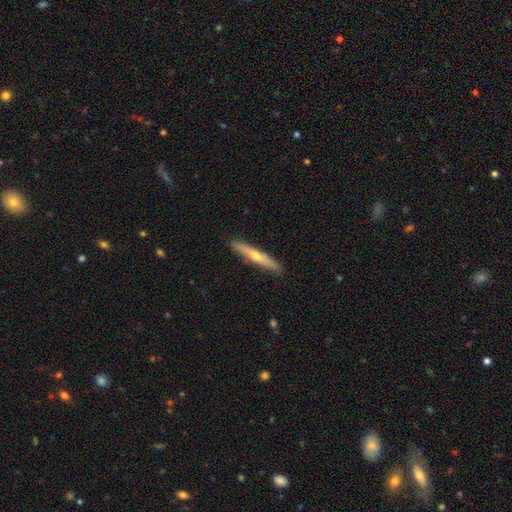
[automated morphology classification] Smooth or featured: featured or disk — 55% (smooth — 39%)
Edge-on disk: yes — 94% (no — 6%)
Edge-on bulge: rounded — 84% (none — 14%)
Merging: none — 90% (minor disturbance — 7%)